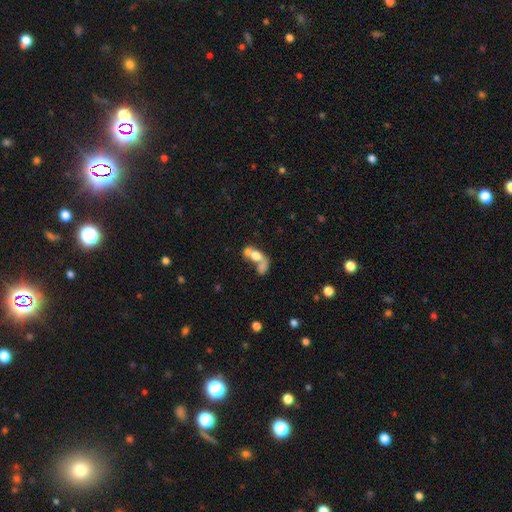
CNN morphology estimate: A smooth galaxy with no disk features (56%) that is in between round and cigar-shaped (69%). Merging: merger (65%).